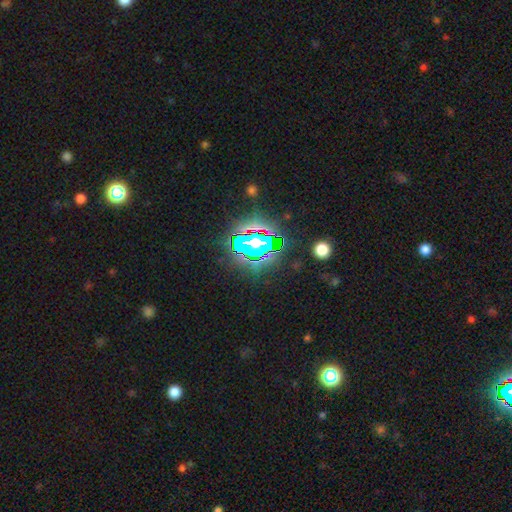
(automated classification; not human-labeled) A star or artifact, not a galaxy (81%).

Vote fractions:
- Smooth or featured? star or artifact: 81% / smooth: 11% / featured or disk: 8%